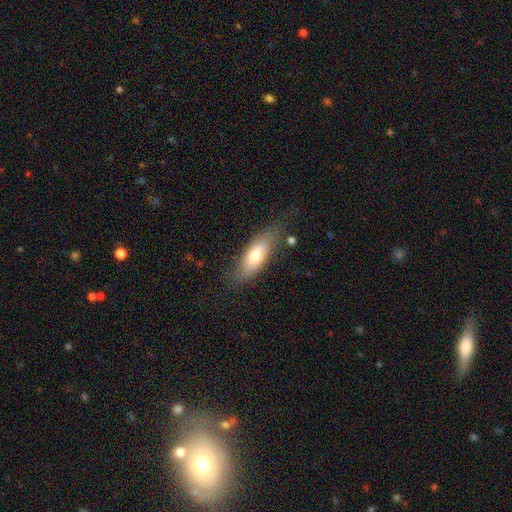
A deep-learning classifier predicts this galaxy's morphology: A smooth galaxy with no disk features (70%) that is in between round and cigar-shaped (71%).

Vote fractions:
- Smooth or featured? smooth: 70% / featured or disk: 23% / star or artifact: 7%
- How rounded? in between: 71% / cigar-shaped: 26% / round: 3%
- Merging? none: 70% / minor disturbance: 20% / major disturbance: 7% / merger: 3%